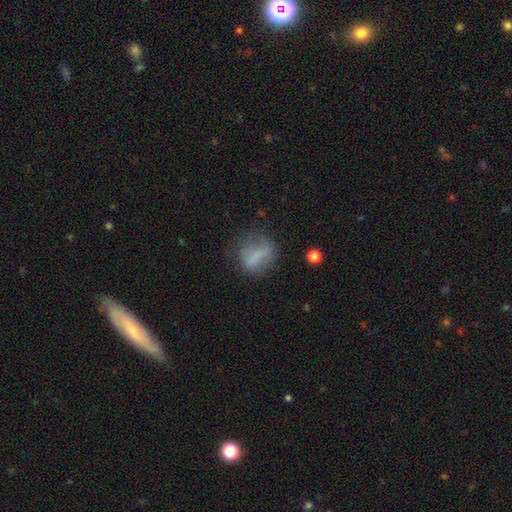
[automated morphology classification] smooth-or-featured: smooth: 65% | featured or disk: 23% | star or artifact: 11%
  how-rounded: in between: 48% | round: 44% | cigar-shaped: 8%
  merging: none: 61% | minor disturbance: 22% | major disturbance: 13% | merger: 4%